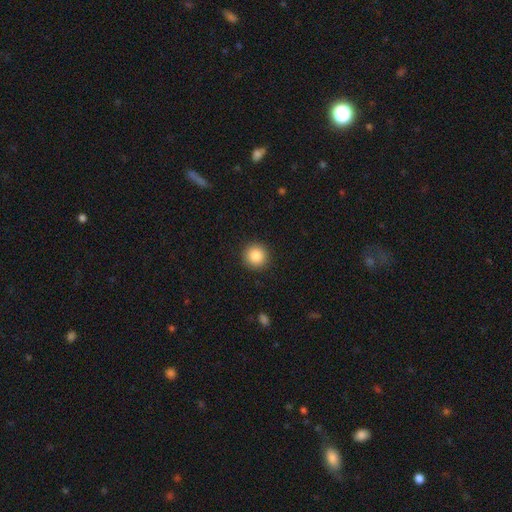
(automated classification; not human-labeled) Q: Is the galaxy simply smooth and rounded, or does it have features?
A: smooth — 86%.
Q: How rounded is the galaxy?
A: round — 95%.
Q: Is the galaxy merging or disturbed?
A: none — 92%.